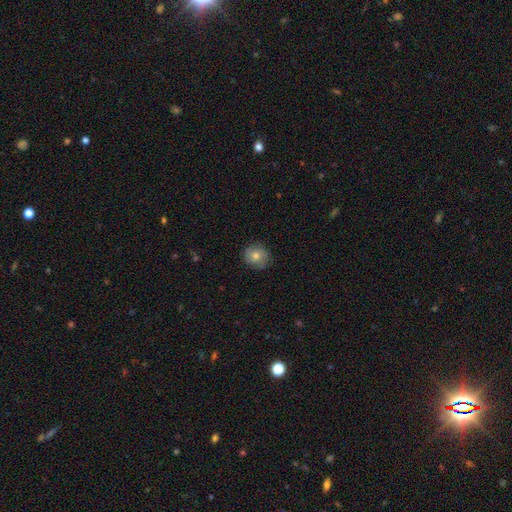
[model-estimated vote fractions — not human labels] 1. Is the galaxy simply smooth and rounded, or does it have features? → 66% smooth, 23% featured or disk, 11% star or artifact.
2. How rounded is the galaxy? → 84% round, 15% in between, 1% cigar-shaped.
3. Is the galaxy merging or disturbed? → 83% none, 13% minor disturbance, 3% major disturbance, 1% merger.